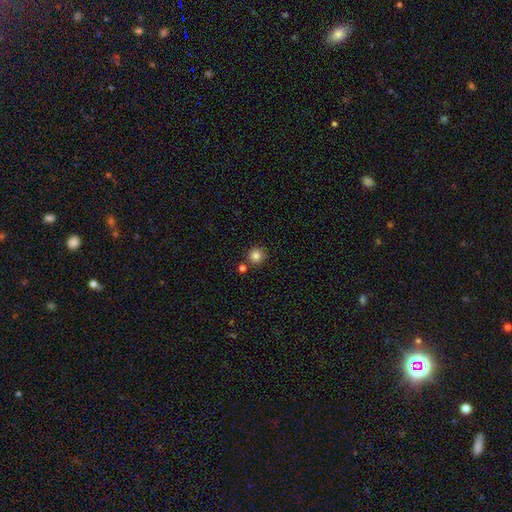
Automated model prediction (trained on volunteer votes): Q: Smooth or featured?
A: smooth (83%); runner-up: star or artifact (12%)
Q: How rounded?
A: round (94%); runner-up: in between (5%)
Q: Merging?
A: none (82%); runner-up: merger (9%)